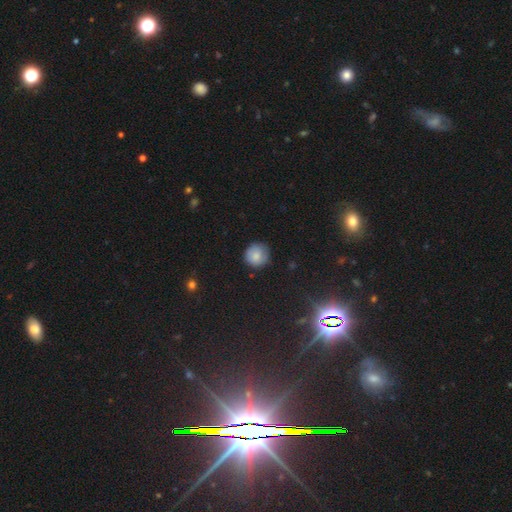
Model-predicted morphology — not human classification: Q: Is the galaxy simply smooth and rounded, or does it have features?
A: smooth — 81%.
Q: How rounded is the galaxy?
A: round — 92%.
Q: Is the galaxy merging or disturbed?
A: none — 80%.